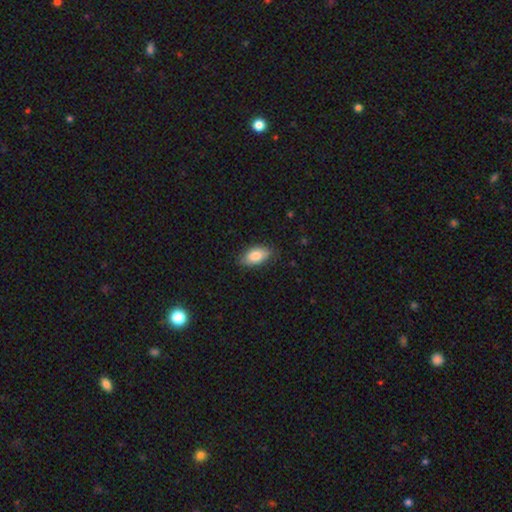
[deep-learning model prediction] Overall: smooth (81%). How rounded: in between (92%). Merging: none (83%).